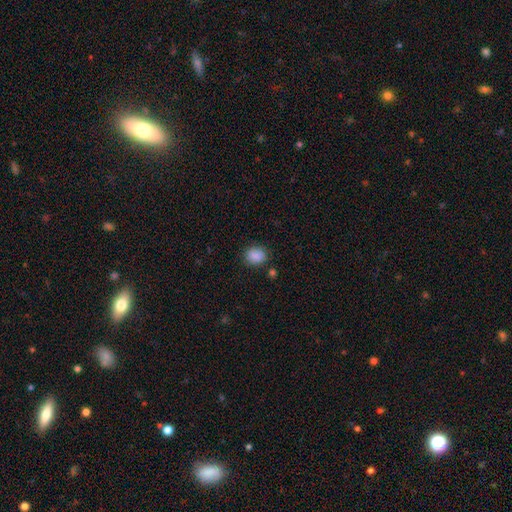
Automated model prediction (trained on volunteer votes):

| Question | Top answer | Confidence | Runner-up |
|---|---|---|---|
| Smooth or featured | smooth | 88% | star or artifact (8%) |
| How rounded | round | 56% | in between (43%) |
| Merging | none | 83% | minor disturbance (11%) |